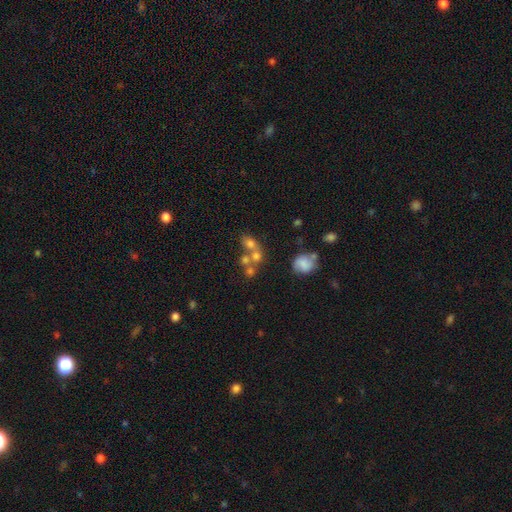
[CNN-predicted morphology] smooth 59%, featured or disk 25%, star or artifact 16%. Down the decision tree: how rounded — round (64%); merging — merger (52%).